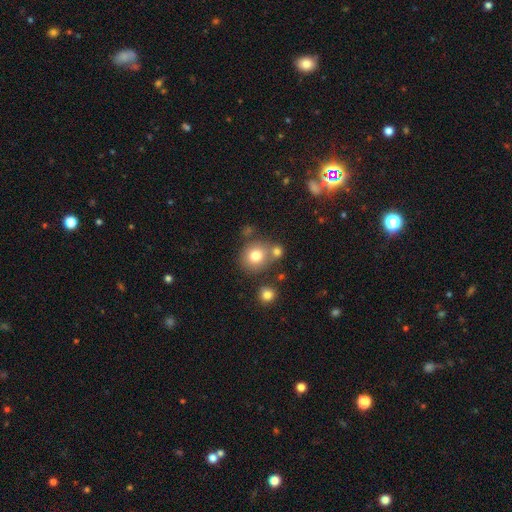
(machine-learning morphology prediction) Smooth or featured: smooth — 77% (star or artifact — 12%)
How rounded: round — 82% (in between — 17%)
Merging: none — 61% (merger — 23%)